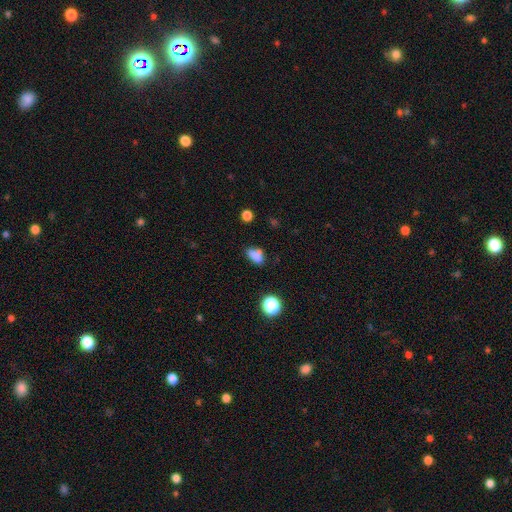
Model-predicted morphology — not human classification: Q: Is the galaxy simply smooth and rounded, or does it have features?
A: smooth — 77%.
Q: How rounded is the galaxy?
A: in between — 79%.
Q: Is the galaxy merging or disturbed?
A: none — 48%.